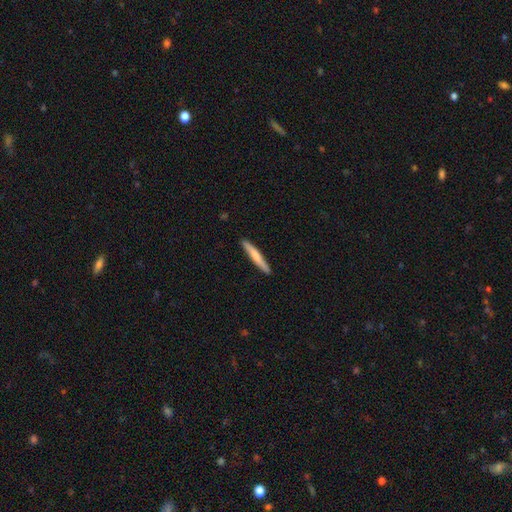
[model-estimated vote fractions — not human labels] Smooth or featured? smooth (69%)
How rounded? cigar-shaped (95%)
Merging? none (91%)